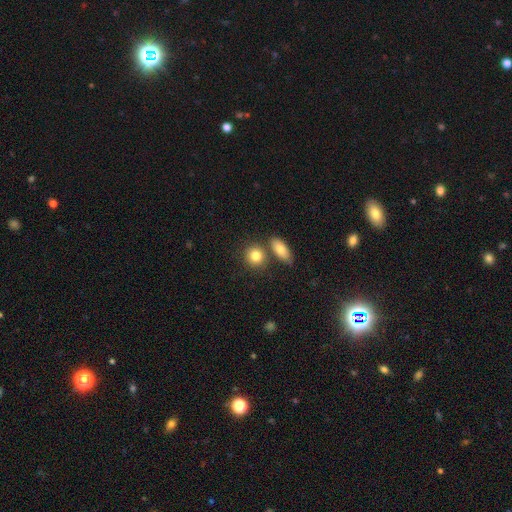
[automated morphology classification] Smooth or featured? Predicted: smooth (p=0.82). How rounded? Predicted: round (p=0.73). Merging? Predicted: none (p=0.66).